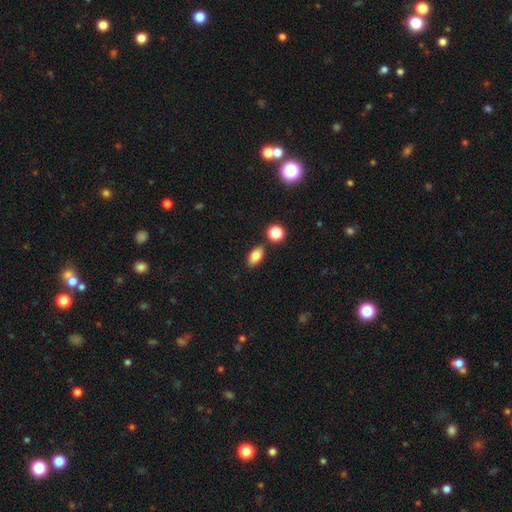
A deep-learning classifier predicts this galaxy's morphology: This appears to be a smooth galaxy with no disk features (81%) that is in between round and cigar-shaped (87%). Merging: none (81%).